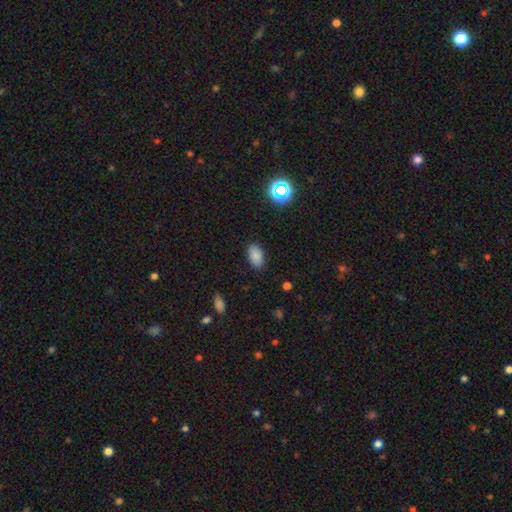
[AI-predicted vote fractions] Morphology: type=smooth (83%); roundness=in between (92%); merging=none (85%).